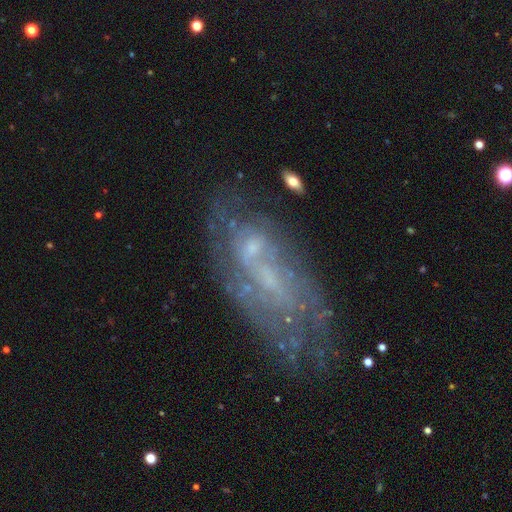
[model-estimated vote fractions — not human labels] smooth_or_featured: featured or disk (p=0.67) [alt: smooth p=0.22]
disk_edge_on: no (p=0.90) [alt: yes p=0.10]
bar: no (p=0.65) [alt: weak p=0.28]
has_spiral_arms: no (p=0.54) [alt: yes p=0.46]
bulge_size: none (p=0.42) [alt: small p=0.41]
merging: none (p=0.52) [alt: minor disturbance p=0.22]